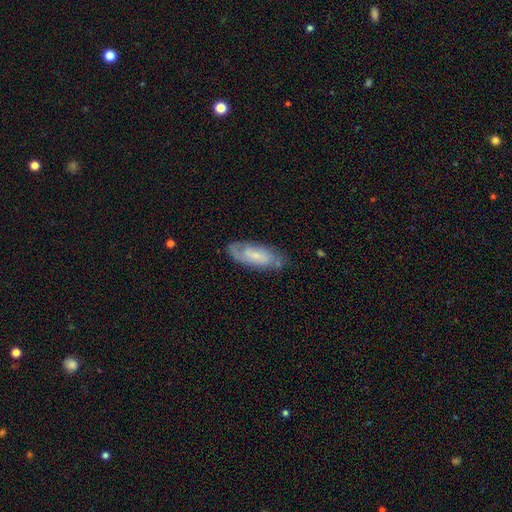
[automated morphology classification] smooth-or-featured: featured or disk: 54% | smooth: 39% | star or artifact: 7%
  disk-edge-on: no: 87% | yes: 13%
  merging: none: 69% | minor disturbance: 22% | major disturbance: 7% | merger: 2%